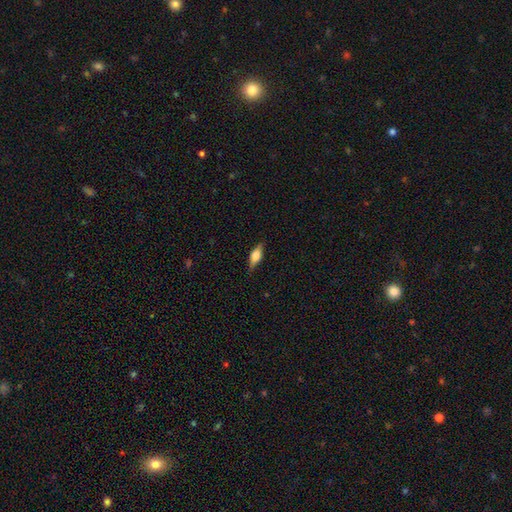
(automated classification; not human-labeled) Morphology: type=smooth (47%); merging=none (84%).